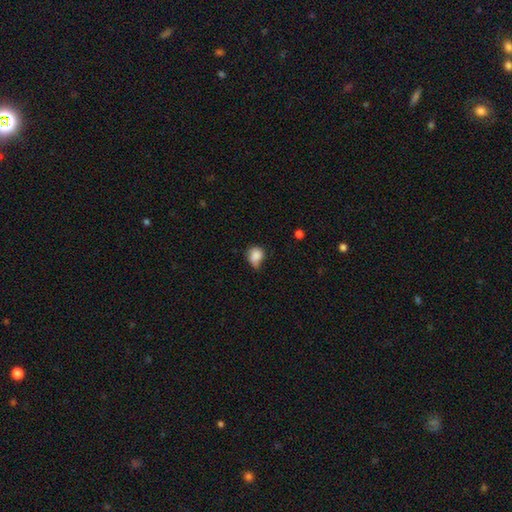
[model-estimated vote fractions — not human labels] The model was most divided on "merging": minor disturbance: 46%, none: 36%, major disturbance: 13%, merger: 5%. More confident: smooth or featured — smooth (84%); how rounded — round (66%).